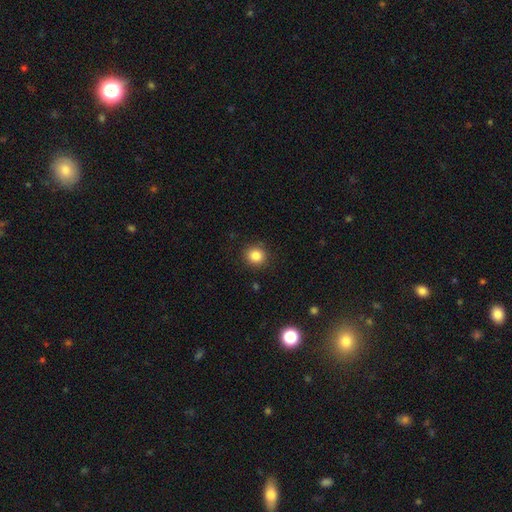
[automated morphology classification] A smooth galaxy with no disk features (84%) that is round (90%).

Vote fractions:
- Smooth or featured? smooth: 84% / star or artifact: 11% / featured or disk: 5%
- How rounded? round: 90% / in between: 9% / cigar-shaped: 1%
- Merging? none: 90% / minor disturbance: 7% / major disturbance: 2% / merger: 1%